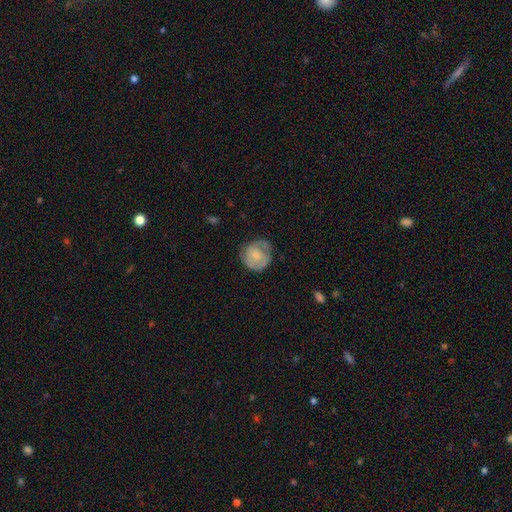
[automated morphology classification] smooth_or_featured: smooth (p=0.54) [alt: featured or disk p=0.40]
how_rounded: round (p=0.85) [alt: in between p=0.14]
merging: none (p=0.65) [alt: minor disturbance p=0.23]